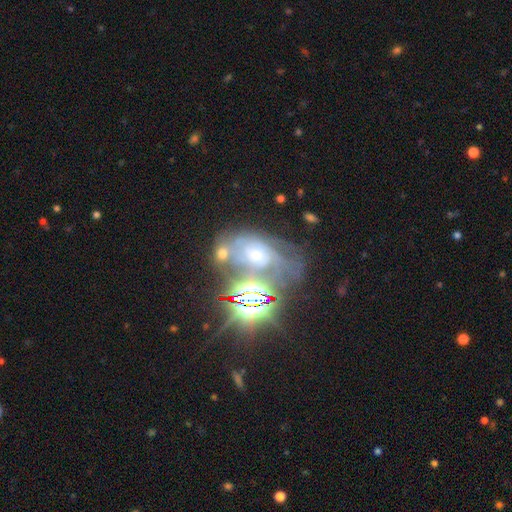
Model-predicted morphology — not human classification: Smooth or featured? Predicted: featured or disk (p=0.42). Merging? Predicted: none (p=0.38).